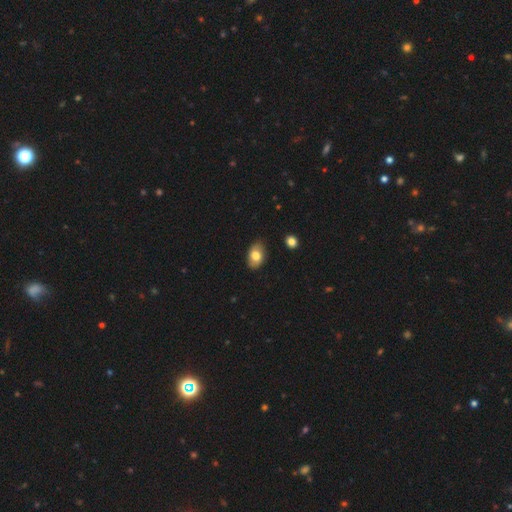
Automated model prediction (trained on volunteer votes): Smooth or featured? Predicted: smooth (p=0.77). How rounded? Predicted: in between (p=0.88). Merging? Predicted: none (p=0.83).